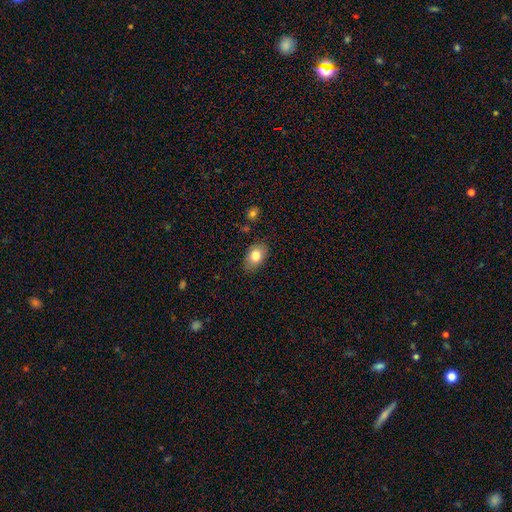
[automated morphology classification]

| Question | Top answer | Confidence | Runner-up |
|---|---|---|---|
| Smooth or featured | smooth | 80% | featured or disk (12%) |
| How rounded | in between | 85% | round (14%) |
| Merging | none | 83% | minor disturbance (13%) |